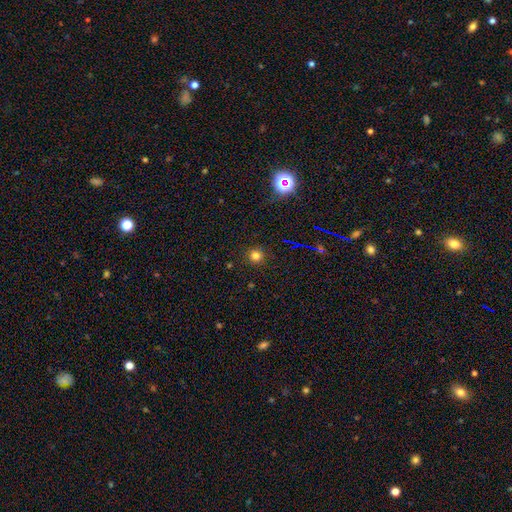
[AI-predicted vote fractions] Q: Smooth or featured?
A: smooth (76%); runner-up: star or artifact (18%)
Q: How rounded?
A: round (95%); runner-up: in between (4%)
Q: Merging?
A: none (91%); runner-up: minor disturbance (6%)